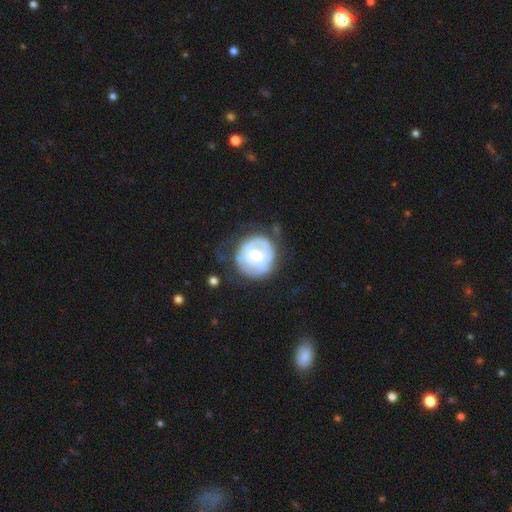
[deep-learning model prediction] Smooth or featured? Predicted: featured or disk (p=0.53). Edge-on disk? Predicted: no (p=0.97). Bar? Predicted: no (p=0.60). Spiral arms? Predicted: no (p=0.55). Bulge size? Predicted: moderate (p=0.60). Merging? Predicted: none (p=0.59).